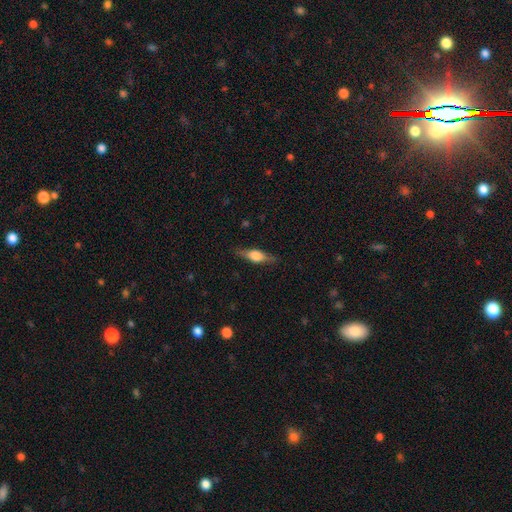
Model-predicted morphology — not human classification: This appears to be a featured or disk galaxy (51%) viewed edge-on (93%). Merging: none (84%).